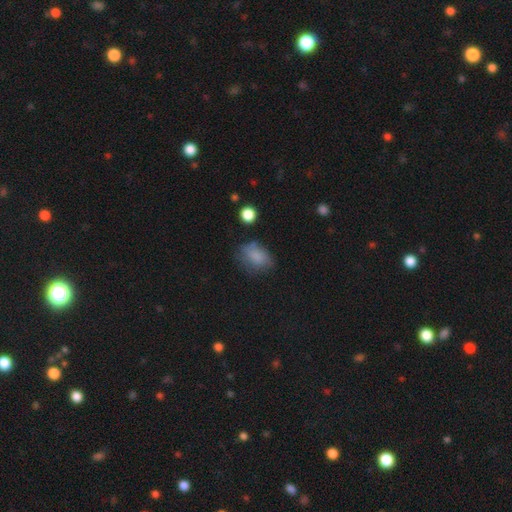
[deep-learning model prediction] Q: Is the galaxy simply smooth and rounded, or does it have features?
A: smooth — 77%.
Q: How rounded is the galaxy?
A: in between — 77%.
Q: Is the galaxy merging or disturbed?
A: none — 54%.